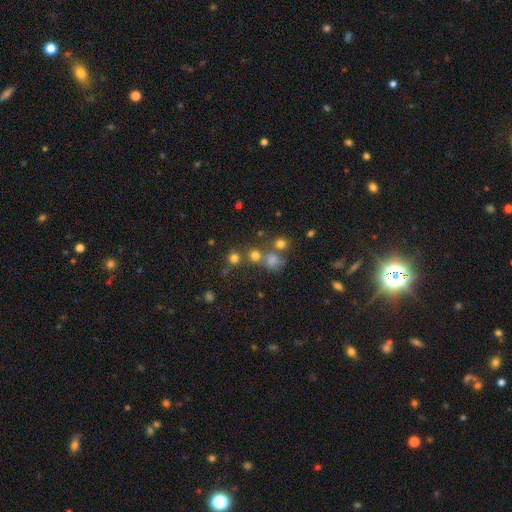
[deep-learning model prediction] Smooth or featured?
  - smooth: 58% *
  - star or artifact: 31%
  - featured or disk: 11%
How rounded?
  - round: 86% *
  - in between: 13%
  - cigar-shaped: 1%
Merging?
  - none: 62% *
  - merger: 24%
  - minor disturbance: 8%
  - major disturbance: 5%